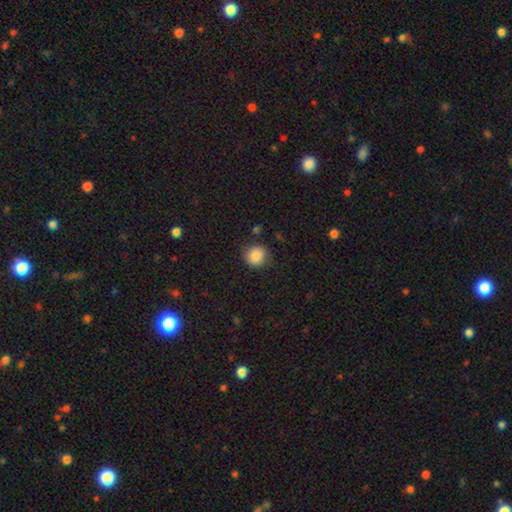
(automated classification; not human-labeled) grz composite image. It shows a smooth galaxy with no disk features (87%) that is round (91%). Merging: none (84%).